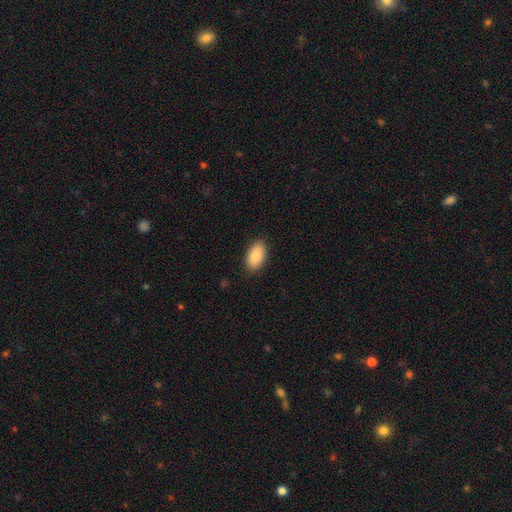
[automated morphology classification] smooth_or_featured: smooth (p=0.87) [alt: star or artifact p=0.06]
how_rounded: in between (p=0.94) [alt: round p=0.04]
merging: none (p=0.89) [alt: minor disturbance p=0.08]